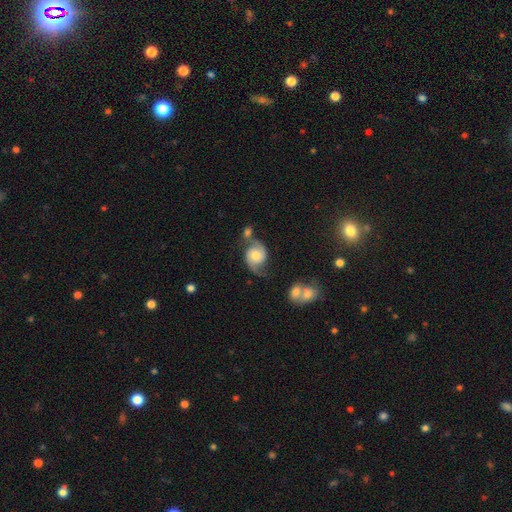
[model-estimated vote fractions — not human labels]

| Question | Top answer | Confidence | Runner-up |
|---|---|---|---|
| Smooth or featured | featured or disk | 79% | smooth (14%) |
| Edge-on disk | no | 98% | yes (2%) |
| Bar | no | 71% | weak (24%) |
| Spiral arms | yes | 96% | no (4%) |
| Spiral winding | medium | 46% | loose (37%) |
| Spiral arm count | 2 | 92% | can't tell (3%) |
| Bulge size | moderate | 59% | small (22%) |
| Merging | none | 56% | minor disturbance (19%) |